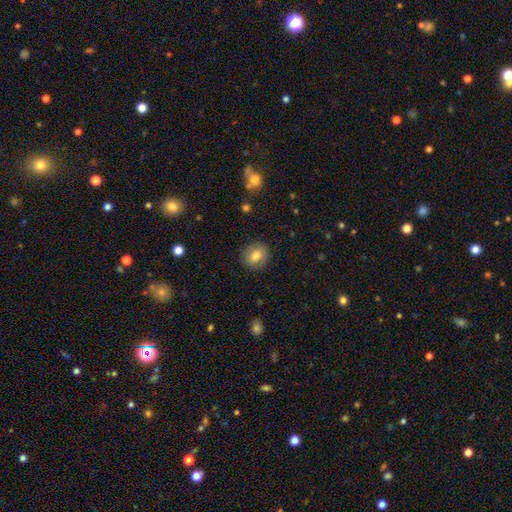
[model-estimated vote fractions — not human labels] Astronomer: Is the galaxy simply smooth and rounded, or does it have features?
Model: smooth — 76%.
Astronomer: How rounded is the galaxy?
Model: round — 76%.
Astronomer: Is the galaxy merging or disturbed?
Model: none — 87%.